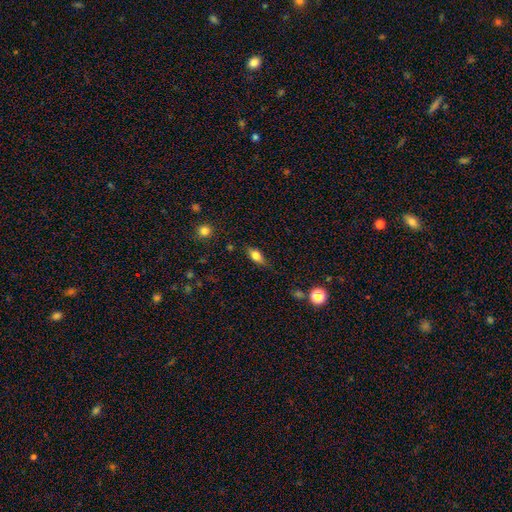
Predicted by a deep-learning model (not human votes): smooth-or-featured: smooth: 68% | featured or disk: 23% | star or artifact: 8%
  how-rounded: in between: 76% | cigar-shaped: 18% | round: 6%
  merging: none: 77% | minor disturbance: 17% | major disturbance: 4% | merger: 2%